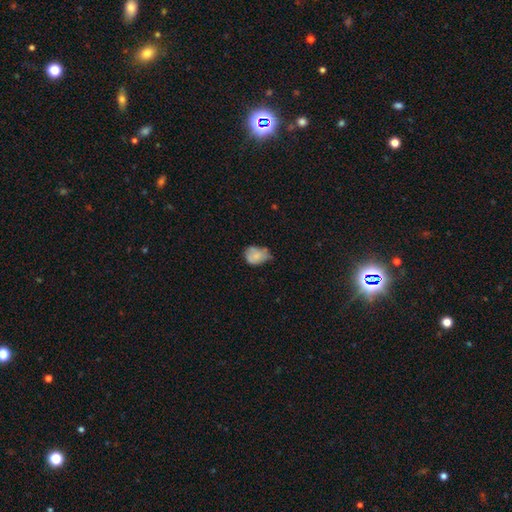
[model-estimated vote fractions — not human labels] Smooth or featured? smooth (70%)
How rounded? in between (62%)
Merging? minor disturbance (44%)